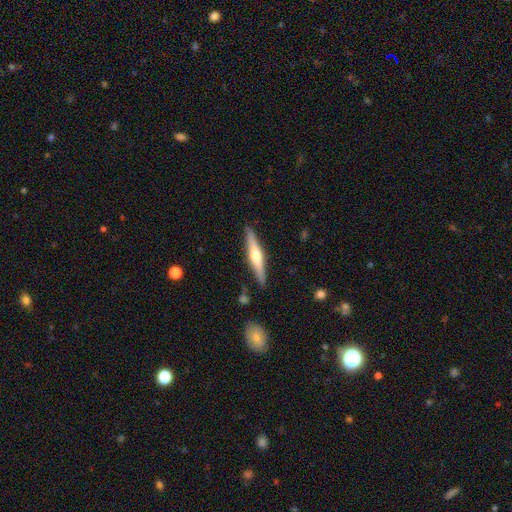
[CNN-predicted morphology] Smooth or featured? Predicted: featured or disk (p=0.57). Edge-on disk? Predicted: yes (p=0.96). Edge-on bulge? Predicted: rounded (p=0.89). Merging? Predicted: none (p=0.89).